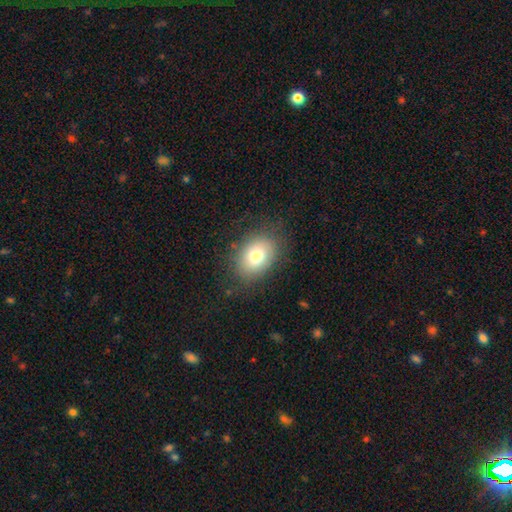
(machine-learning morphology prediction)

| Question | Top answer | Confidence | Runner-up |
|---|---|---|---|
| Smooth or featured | smooth | 76% | featured or disk (14%) |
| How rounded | in between | 68% | round (31%) |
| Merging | none | 81% | minor disturbance (13%) |